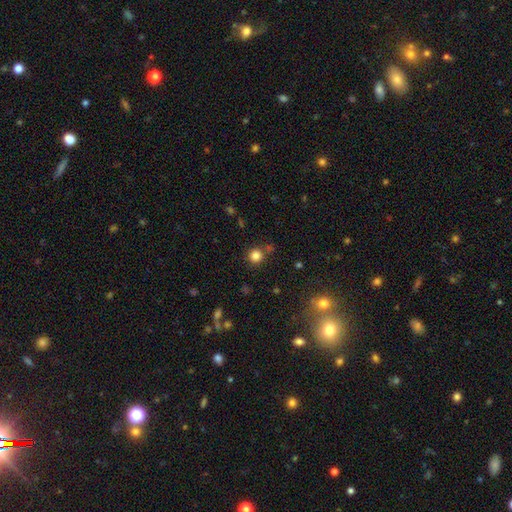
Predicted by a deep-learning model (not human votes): smooth 82%, star or artifact 13%, featured or disk 4%. Down the decision tree: how rounded — round (92%); merging — none (79%).